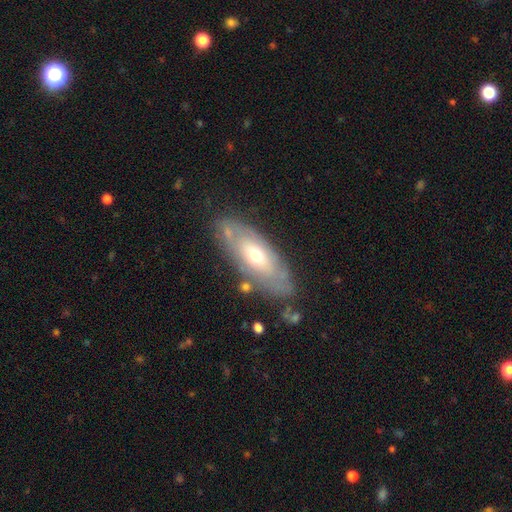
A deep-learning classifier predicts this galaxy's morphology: A featured or disk galaxy (53%).

Vote fractions:
- Smooth or featured? featured or disk: 53% / smooth: 41% / star or artifact: 6%
- Edge-on disk? no: 76% / yes: 24%
- Merging? none: 75% / minor disturbance: 16% / major disturbance: 5% / merger: 4%